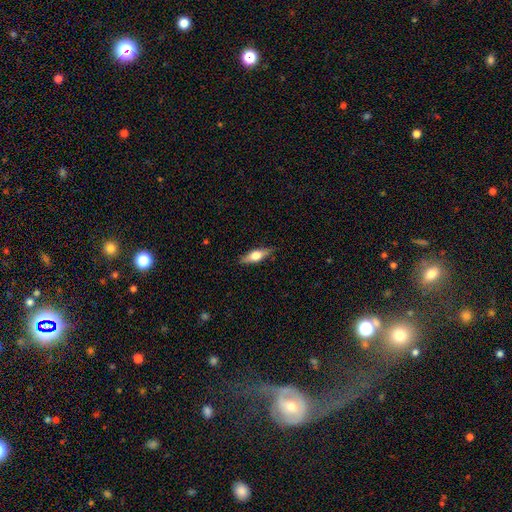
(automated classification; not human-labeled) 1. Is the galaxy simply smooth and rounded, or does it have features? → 47% featured or disk (tied), 47% smooth (tied), 6% star or artifact.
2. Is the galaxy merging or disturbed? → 86% none, 11% minor disturbance, 2% major disturbance, 1% merger.